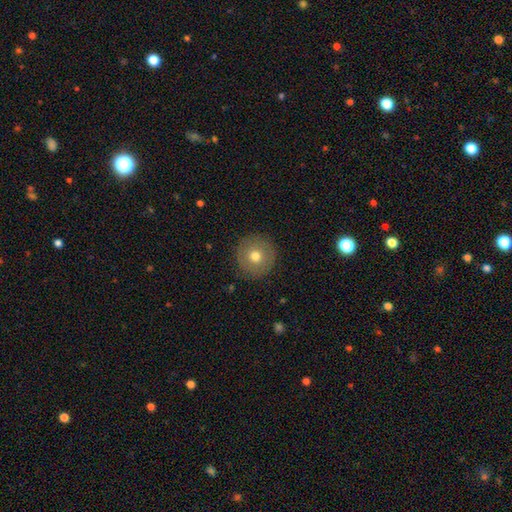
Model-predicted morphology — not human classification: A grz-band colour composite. It shows a smooth galaxy with no disk features (71%) that is round (95%). Merging: none (90%).